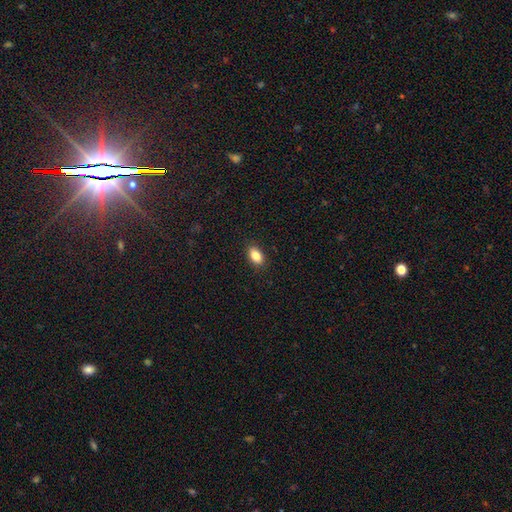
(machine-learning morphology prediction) Overall: smooth (86%). How rounded: in between (89%). Merging: none (89%).